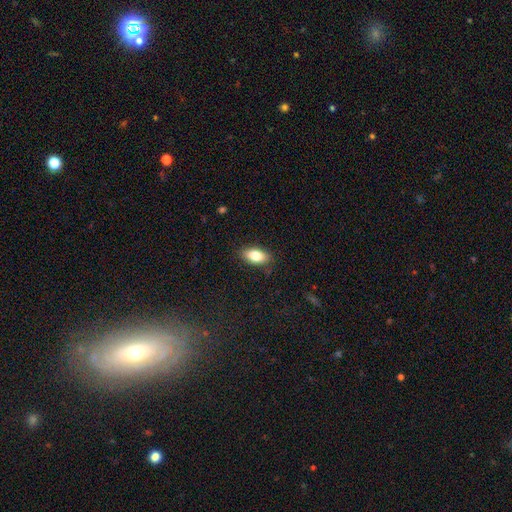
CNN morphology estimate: Smooth or featured: smooth — 81% (featured or disk — 12%)
How rounded: in between — 89% (cigar-shaped — 6%)
Merging: none — 85% (minor disturbance — 12%)